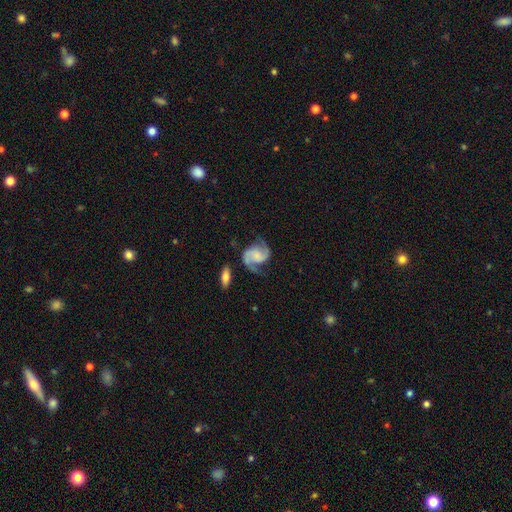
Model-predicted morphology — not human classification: The model was most divided on "bar": no: 54%, weak: 34%, strong: 12%. Remaining: edge-on disk — no (98%); spiral arms — yes (98%); spiral arm count — 2 (93%); smooth or featured — featured or disk (89%); merging — none (70%); spiral winding — medium (55%); bulge size — none (48%).